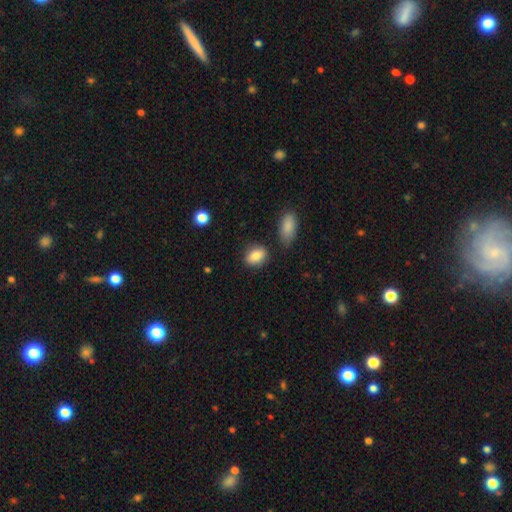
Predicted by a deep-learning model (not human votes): Overall: smooth (86%). How rounded: in between (73%). Merging: none (78%).